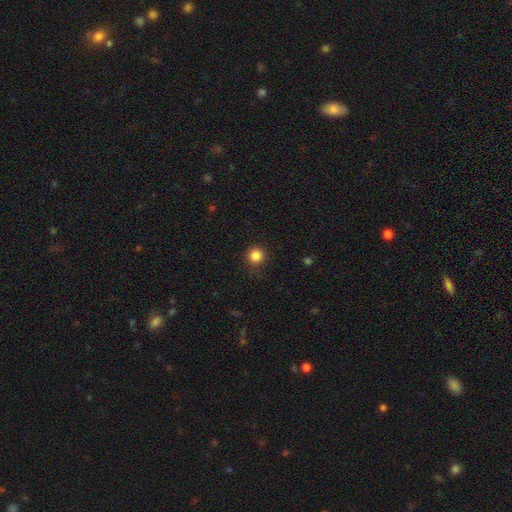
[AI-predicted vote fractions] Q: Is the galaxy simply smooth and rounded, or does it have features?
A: smooth — 85%.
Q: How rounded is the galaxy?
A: round — 94%.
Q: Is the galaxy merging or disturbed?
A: none — 88%.